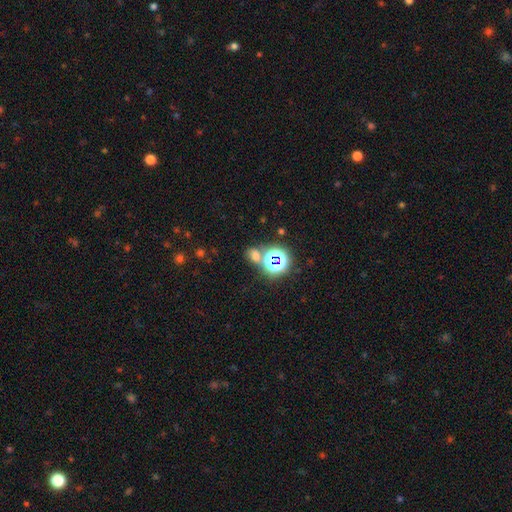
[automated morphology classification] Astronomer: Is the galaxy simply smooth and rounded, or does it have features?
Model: smooth — 48% (runner-up: star or artifact, 42%).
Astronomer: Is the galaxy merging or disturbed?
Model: none — 58%.